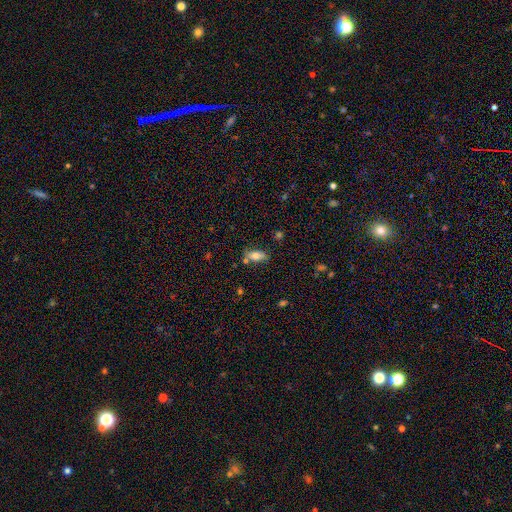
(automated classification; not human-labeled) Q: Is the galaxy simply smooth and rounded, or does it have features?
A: smooth — 75%.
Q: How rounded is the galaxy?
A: in between — 86%.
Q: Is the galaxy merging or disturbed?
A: none — 66%.